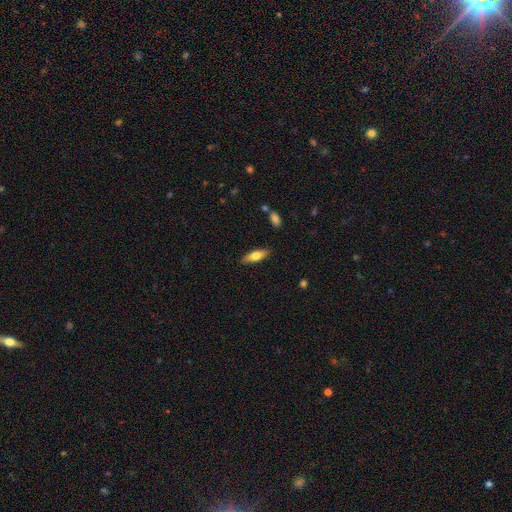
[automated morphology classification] Overall: smooth (67%). How rounded: in between (53%; cigar-shaped 45%). Merging: none (86%).